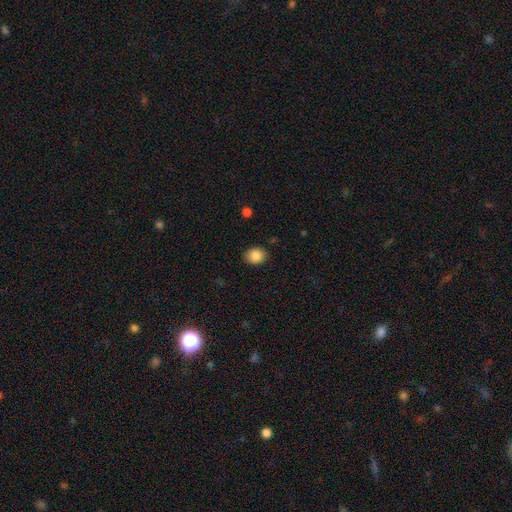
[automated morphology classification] smooth 86%, star or artifact 9%, featured or disk 5%. Down the decision tree: how rounded — in between (54%); merging — none (85%).